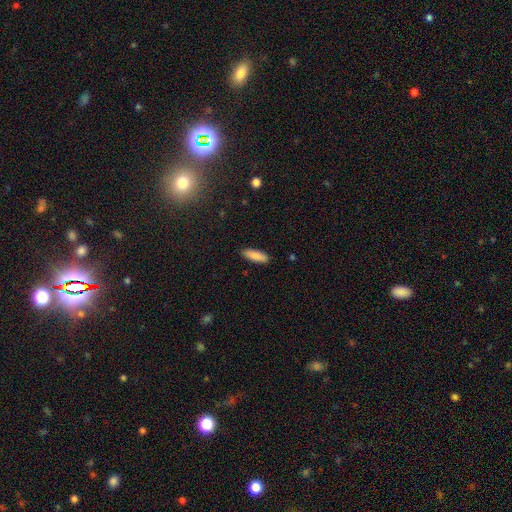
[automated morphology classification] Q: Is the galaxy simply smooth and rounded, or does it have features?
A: smooth — 88%.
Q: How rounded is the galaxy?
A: in between — 58%.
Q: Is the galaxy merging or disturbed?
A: none — 89%.